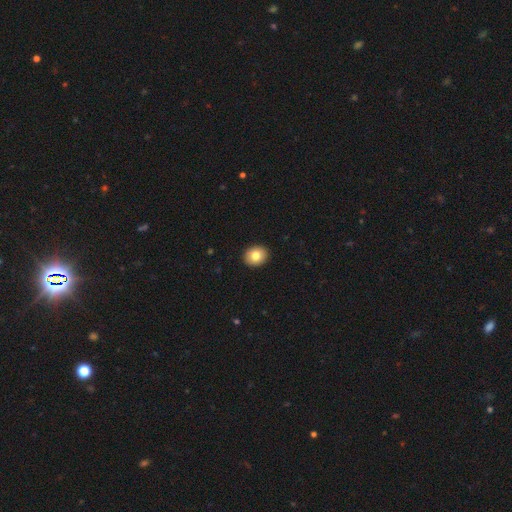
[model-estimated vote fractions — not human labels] Morphology: type=smooth (80%); roundness=round (58%); merging=none (92%).